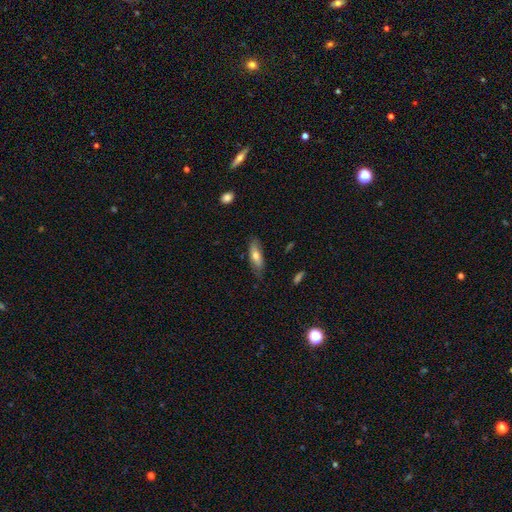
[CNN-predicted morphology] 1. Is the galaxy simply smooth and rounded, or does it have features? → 64% smooth, 29% featured or disk, 7% star or artifact.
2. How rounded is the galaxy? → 62% in between, 36% cigar-shaped, 2% round.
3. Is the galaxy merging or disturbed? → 76% none, 19% minor disturbance, 4% major disturbance, 1% merger.